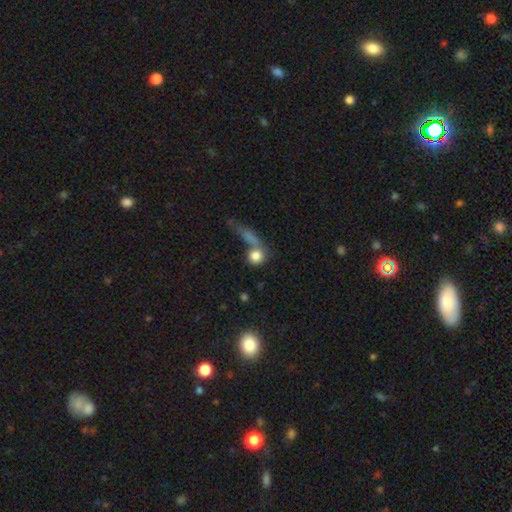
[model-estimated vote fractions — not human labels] A smooth galaxy with no disk features (79%) that is round (81%).

Vote fractions:
- Smooth or featured? smooth: 79% / featured or disk: 11% / star or artifact: 10%
- How rounded? round: 81% / in between: 15% / cigar-shaped: 4%
- Merging? none: 41% / merger: 35% / major disturbance: 13% / minor disturbance: 11%